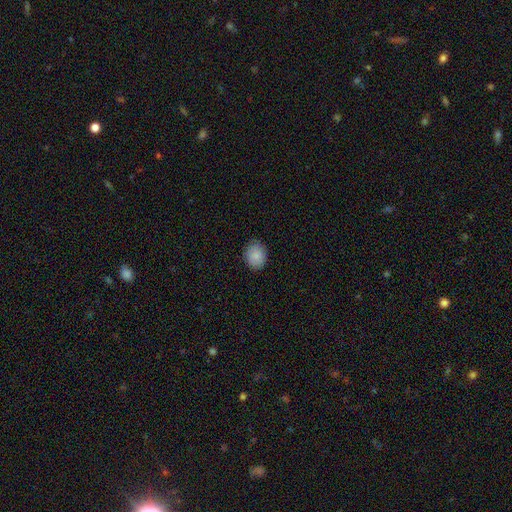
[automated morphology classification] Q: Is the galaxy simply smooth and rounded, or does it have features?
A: smooth — 88%.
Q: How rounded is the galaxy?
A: round — 57%.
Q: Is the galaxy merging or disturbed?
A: none — 86%.